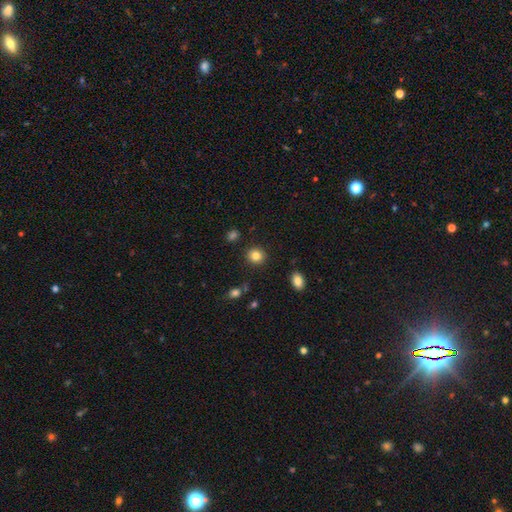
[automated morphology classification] This appears to be a smooth galaxy with no disk features (84%) that is round (81%). Merging: none (89%).